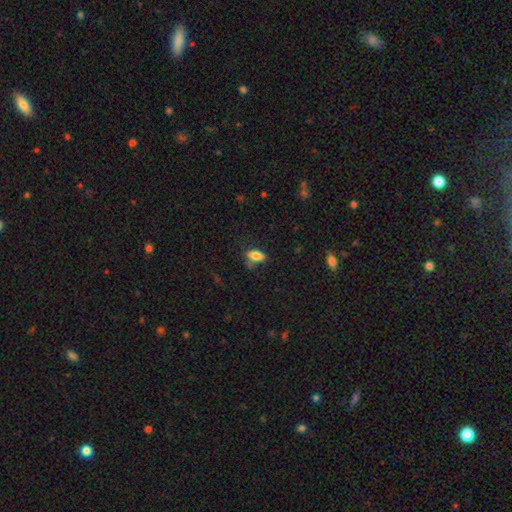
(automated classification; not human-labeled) Q: Smooth or featured?
A: smooth (80%); runner-up: featured or disk (11%)
Q: How rounded?
A: in between (85%); runner-up: cigar-shaped (11%)
Q: Merging?
A: none (65%); runner-up: minor disturbance (21%)